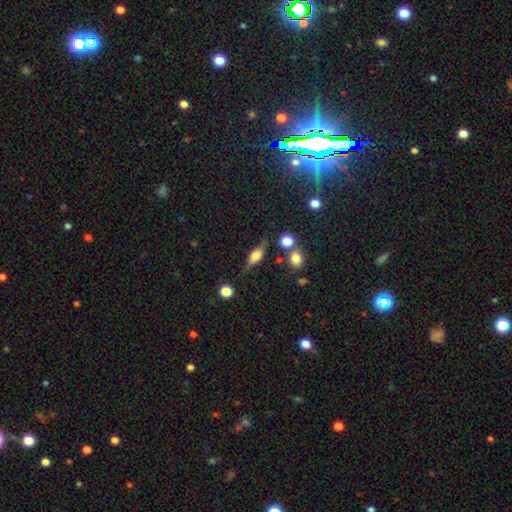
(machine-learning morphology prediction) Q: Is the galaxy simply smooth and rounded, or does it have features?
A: featured or disk — 47%.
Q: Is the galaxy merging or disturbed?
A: none — 70%.